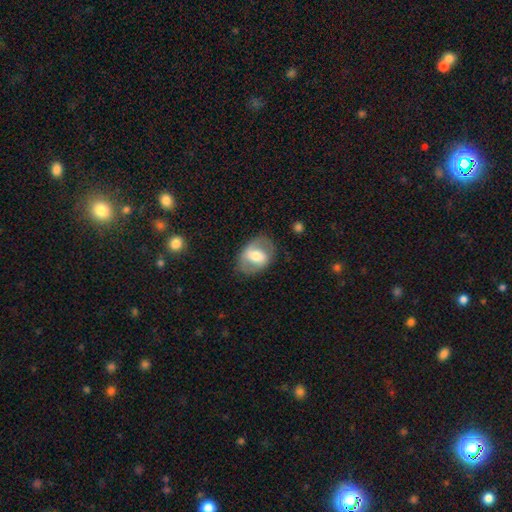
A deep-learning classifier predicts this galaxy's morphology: Smooth or featured: featured or disk — 49% (smooth — 44%)
Merging: none — 74% (minor disturbance — 17%)